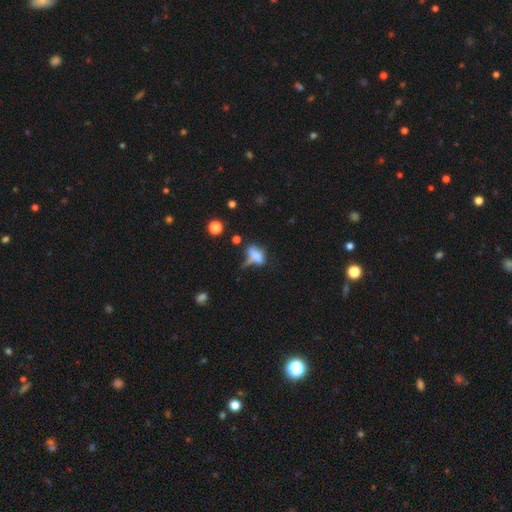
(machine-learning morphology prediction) smooth 62%, featured or disk 24%, star or artifact 14%. Down the decision tree: how rounded — in between (77%); merging — none (32%).